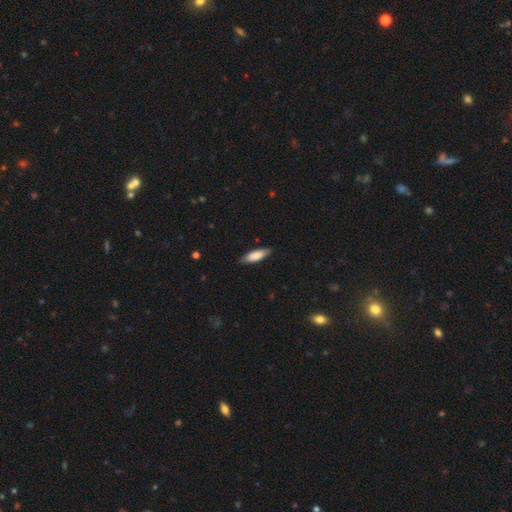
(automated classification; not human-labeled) Morphology: type=smooth (82%); roundness=in between (59%); merging=none (82%).